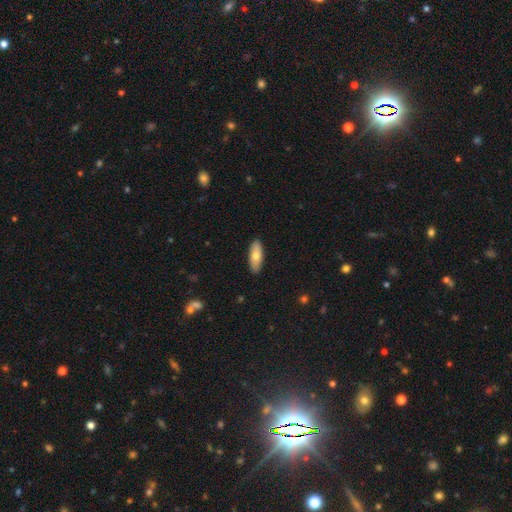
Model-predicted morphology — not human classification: smooth_or_featured: smooth (p=0.71) [alt: featured or disk p=0.23]
how_rounded: in between (p=0.66) [alt: cigar-shaped p=0.32]
merging: none (p=0.89) [alt: minor disturbance p=0.08]